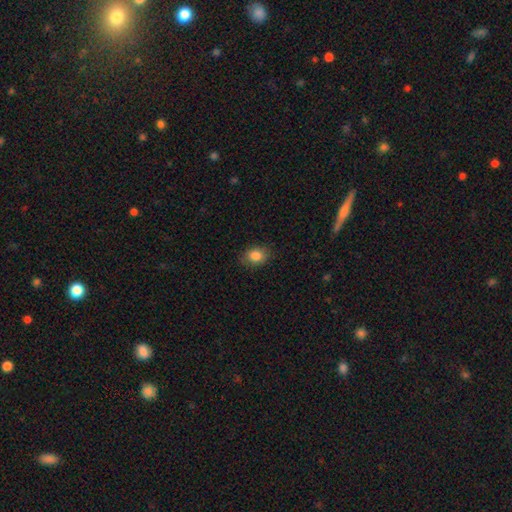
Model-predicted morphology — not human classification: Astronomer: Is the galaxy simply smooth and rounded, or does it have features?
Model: smooth — 84%.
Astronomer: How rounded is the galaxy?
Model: in between — 67%.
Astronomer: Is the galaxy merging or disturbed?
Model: none — 85%.